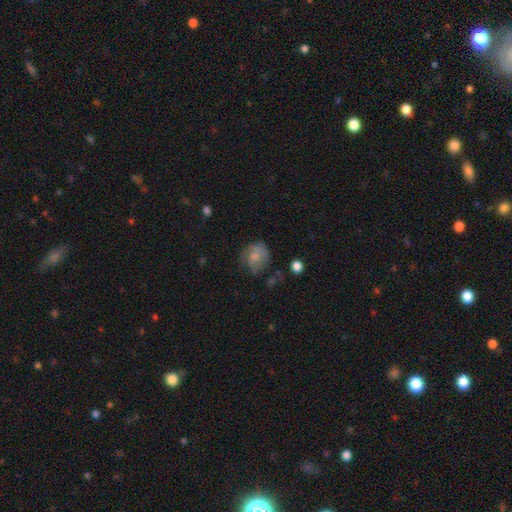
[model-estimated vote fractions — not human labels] This is likely a smooth galaxy (68%). How rounded: likely round (68%). Merging: possibly none (50%).